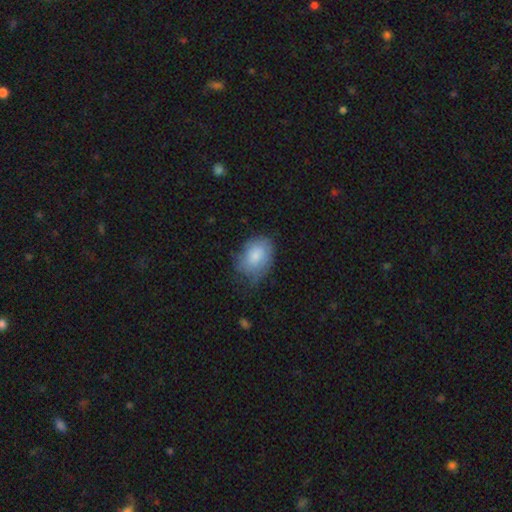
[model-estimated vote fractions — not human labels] A smooth galaxy with no disk features (79%) that is in between round and cigar-shaped (79%).

Vote fractions:
- Smooth or featured? smooth: 79% / featured or disk: 14% / star or artifact: 7%
- How rounded? in between: 79% / round: 20% / cigar-shaped: 1%
- Merging? none: 52% / minor disturbance: 35% / major disturbance: 12% / merger: 2%